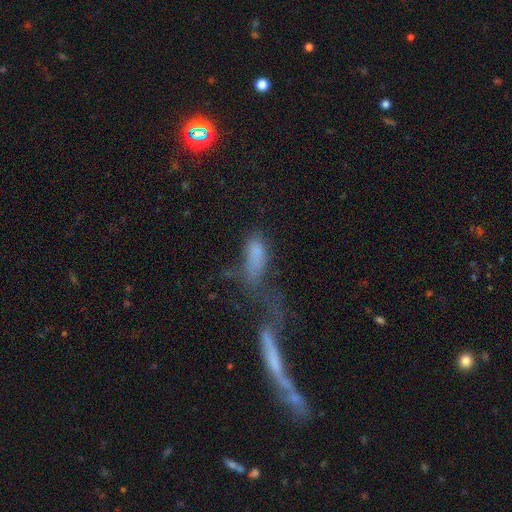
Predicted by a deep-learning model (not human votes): smooth-or-featured: smooth: 65% | featured or disk: 19% | star or artifact: 16%
  how-rounded: in between: 67% | cigar-shaped: 28% | round: 5%
  merging: merger: 44% | major disturbance: 30% | none: 15% | minor disturbance: 11%